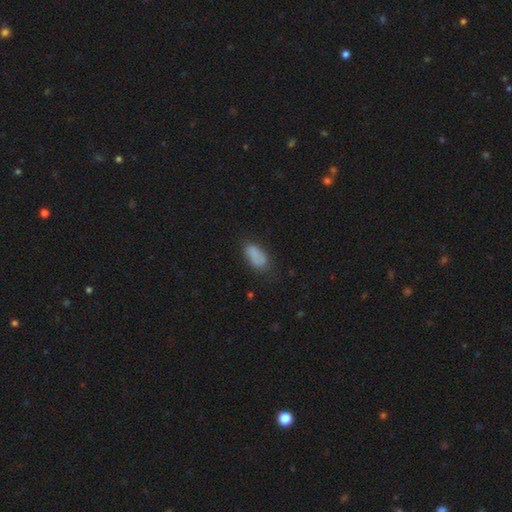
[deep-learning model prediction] Q: Smooth or featured?
A: smooth (80%); runner-up: featured or disk (11%)
Q: How rounded?
A: in between (90%); runner-up: cigar-shaped (6%)
Q: Merging?
A: none (63%); runner-up: minor disturbance (25%)